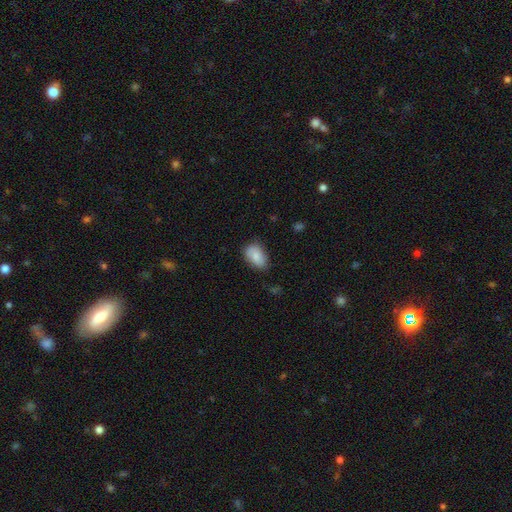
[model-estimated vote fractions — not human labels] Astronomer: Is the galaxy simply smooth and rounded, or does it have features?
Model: smooth — 81%.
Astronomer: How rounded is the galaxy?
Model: in between — 90%.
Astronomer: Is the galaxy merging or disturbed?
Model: none — 72%.